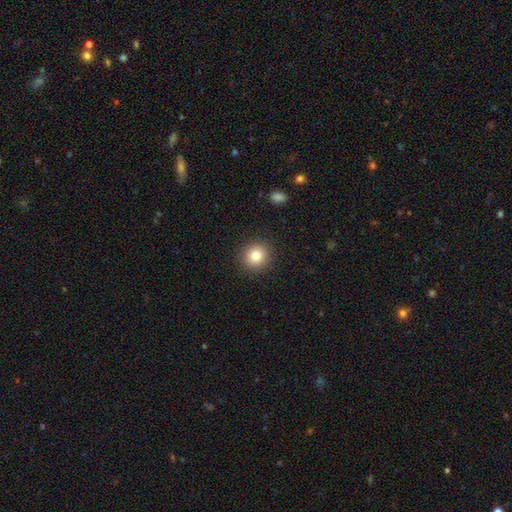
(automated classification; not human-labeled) The model was most divided on "smooth or featured": smooth: 83%, star or artifact: 10%, featured or disk: 7%. More confident: merging — none (90%); how rounded — round (86%).